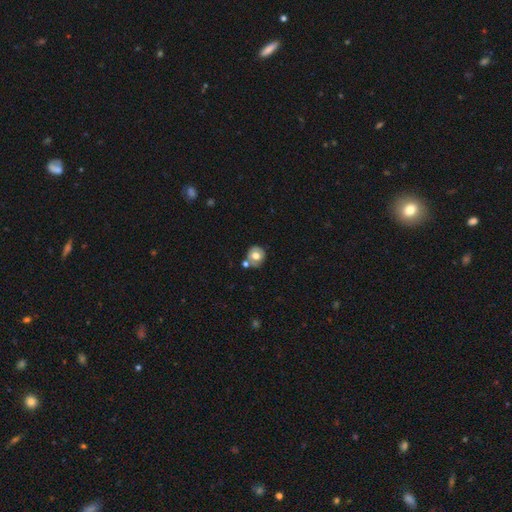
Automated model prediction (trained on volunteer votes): Smooth or featured: smooth — 61% (featured or disk — 30%)
How rounded: round — 82% (in between — 18%)
Merging: none — 63% (merger — 17%)